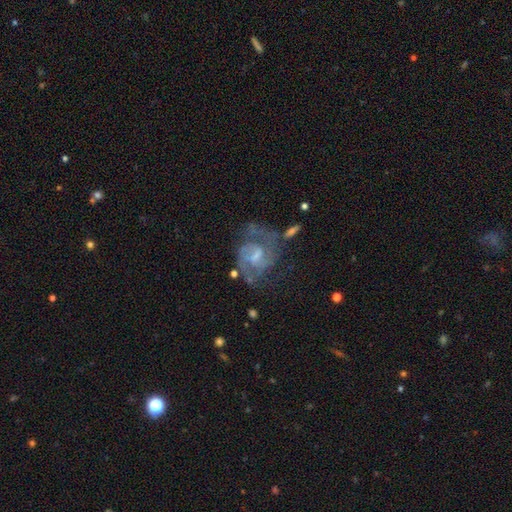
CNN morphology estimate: Smooth or featured? featured or disk (81%)
Edge-on disk? no (97%)
Bar? weak (57%)
Spiral arms? yes (92%)
Spiral winding? medium (51%)
Spiral arm count? 2 (72%)
Bulge size? small (42%)
Merging? none (57%)